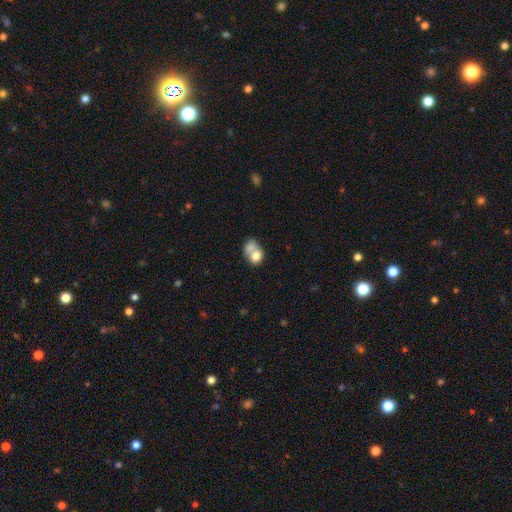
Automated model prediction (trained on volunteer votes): This appears to be a smooth galaxy with no disk features (69%) that is in between round and cigar-shaped (51%). Merging: merger (65%).